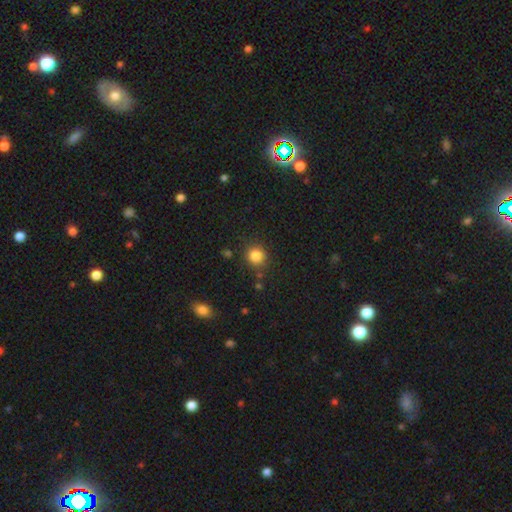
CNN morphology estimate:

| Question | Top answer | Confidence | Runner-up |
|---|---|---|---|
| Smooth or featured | smooth | 84% | star or artifact (11%) |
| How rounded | round | 88% | in between (11%) |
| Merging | none | 83% | minor disturbance (10%) |